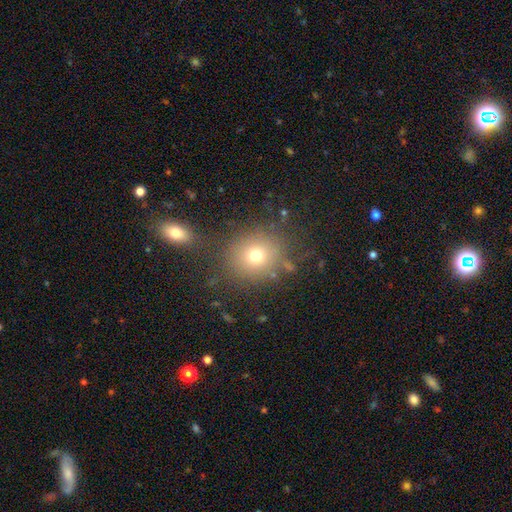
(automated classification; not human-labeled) This appears to be a smooth galaxy with no disk features (72%) that is round (85%). Merging: none (78%).